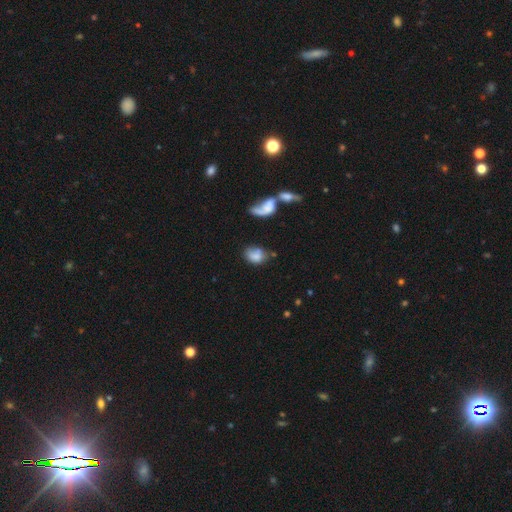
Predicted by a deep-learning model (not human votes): Overall: smooth (72%). How rounded: in between (75%). Merging: none (37%; minor disturbance 23%).